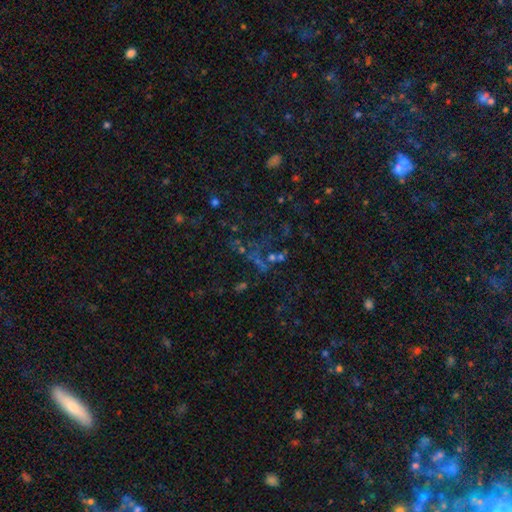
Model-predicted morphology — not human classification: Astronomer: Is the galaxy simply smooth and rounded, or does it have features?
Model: star or artifact — 70%.